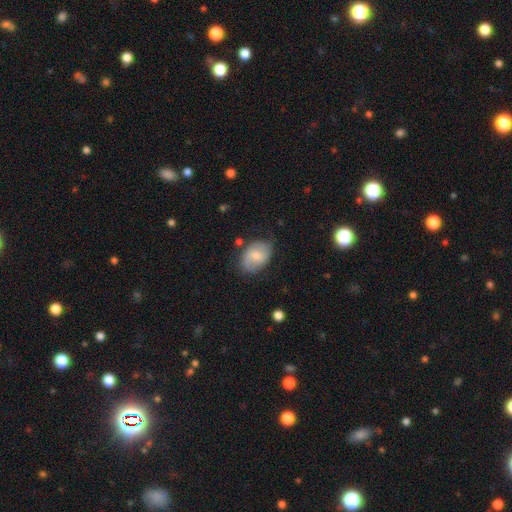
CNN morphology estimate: Smooth or featured: smooth — 56% (featured or disk — 37%)
How rounded: in between — 77% (round — 22%)
Merging: none — 68% (minor disturbance — 24%)